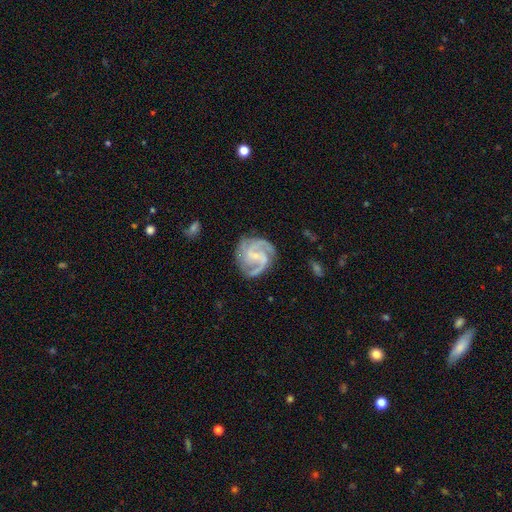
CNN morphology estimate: This is clearly a featured or disk galaxy (90%). It is clearly not viewed edge-on (98%). Bar: marginally weak (45%). Spiral arm pattern: clearly yes (98%). Spiral arm count: possibly 3 (50%). Spiral winding: possibly medium (53%). Central bulge: likely small (71%). Merging: likely none (74%).